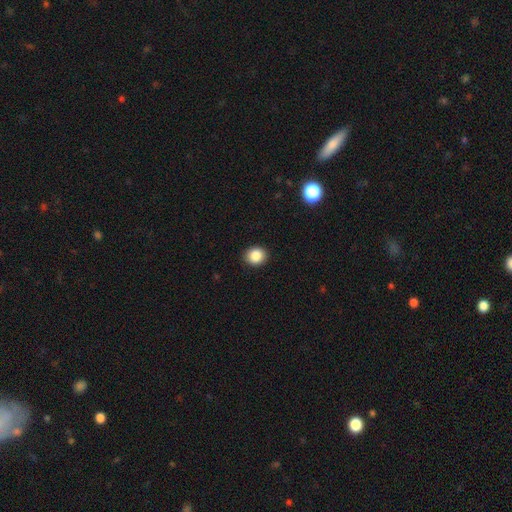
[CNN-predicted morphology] Q: Smooth or featured?
A: smooth (86%); runner-up: star or artifact (9%)
Q: How rounded?
A: round (73%); runner-up: in between (26%)
Q: Merging?
A: none (91%); runner-up: minor disturbance (7%)